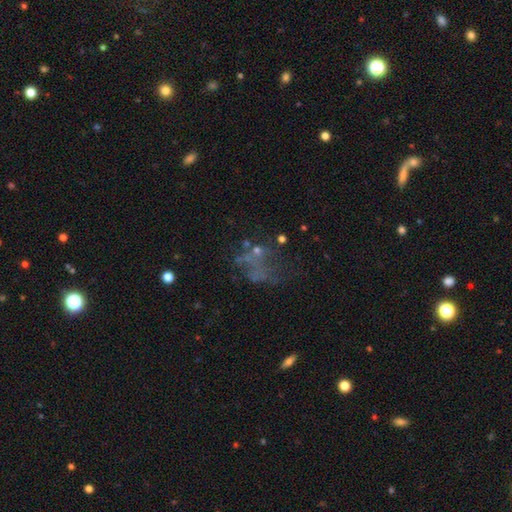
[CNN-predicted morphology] Overall: featured or disk (44%; smooth 28%). Merging: none (39%; major disturbance 35%).